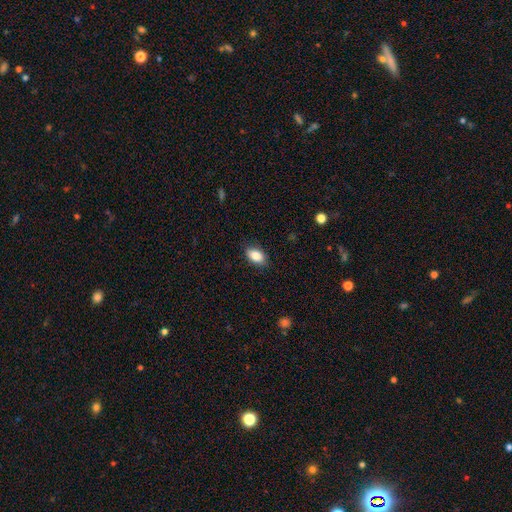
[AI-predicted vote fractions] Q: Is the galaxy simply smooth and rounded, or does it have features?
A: smooth — 87%.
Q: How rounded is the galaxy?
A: in between — 90%.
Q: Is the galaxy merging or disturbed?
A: none — 86%.